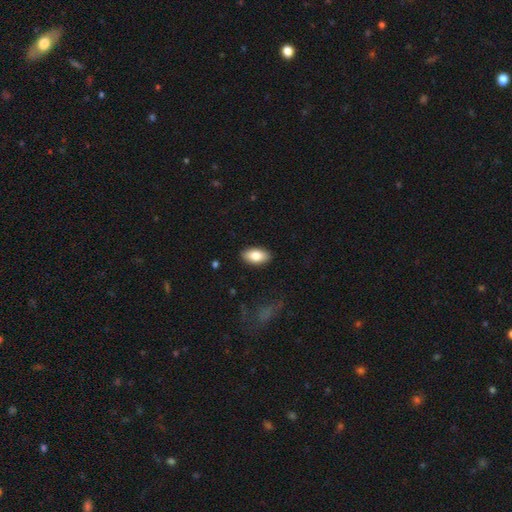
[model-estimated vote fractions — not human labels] Smooth or featured? smooth (82%)
How rounded? in between (93%)
Merging? none (89%)